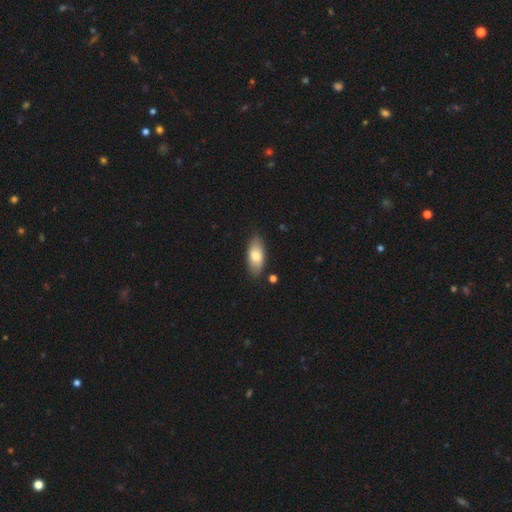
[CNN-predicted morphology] Overall: smooth (78%). How rounded: in between (86%). Merging: none (84%).